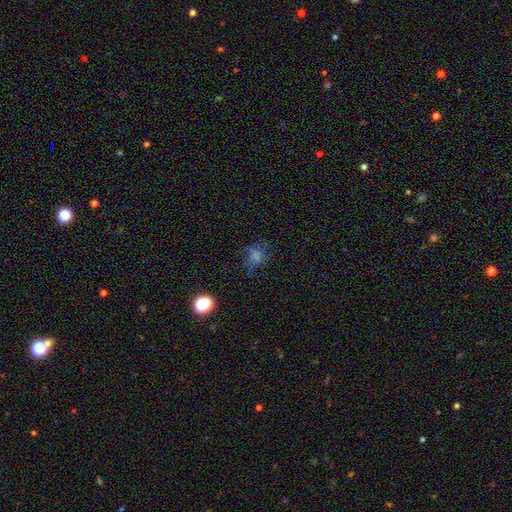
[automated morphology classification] The model was most divided on "how rounded": round: 55%, in between: 43%, cigar-shaped: 2%. More confident: smooth or featured — smooth (58%); merging — none (53%).